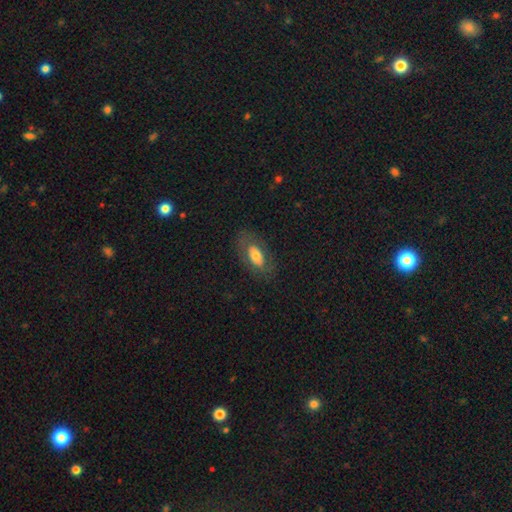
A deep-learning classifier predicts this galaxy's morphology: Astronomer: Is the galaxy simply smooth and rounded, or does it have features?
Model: smooth — 60%.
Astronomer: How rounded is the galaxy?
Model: in between — 89%.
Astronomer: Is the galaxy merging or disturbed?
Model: none — 74%.